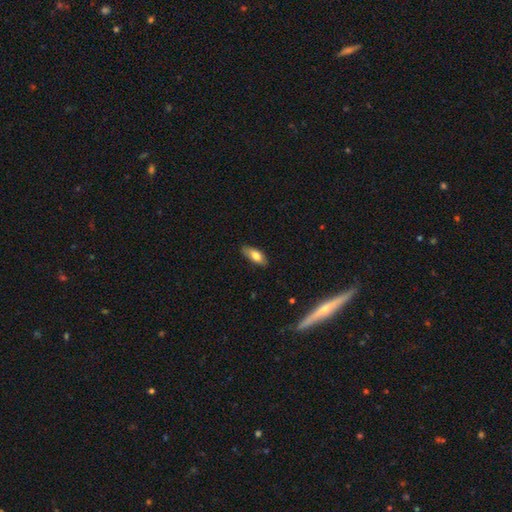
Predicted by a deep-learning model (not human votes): Overall: smooth (74%). How rounded: in between (79%). Merging: none (81%).